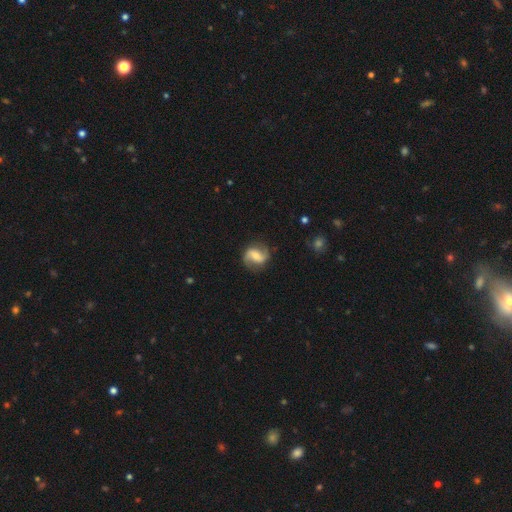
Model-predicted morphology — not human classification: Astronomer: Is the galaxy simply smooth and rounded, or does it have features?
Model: featured or disk — 76%.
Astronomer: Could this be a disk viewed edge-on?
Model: no — 97%.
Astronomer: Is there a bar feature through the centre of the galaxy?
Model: weak — 43% (runner-up: strong, 30%).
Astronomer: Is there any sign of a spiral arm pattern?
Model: yes — 94%.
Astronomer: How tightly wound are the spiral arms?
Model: loose — 50% (runner-up: medium, 37%).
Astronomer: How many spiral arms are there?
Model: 2 — 91%.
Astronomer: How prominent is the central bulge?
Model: moderate — 43% (runner-up: small, 42%).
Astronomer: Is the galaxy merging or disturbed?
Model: none — 81%.